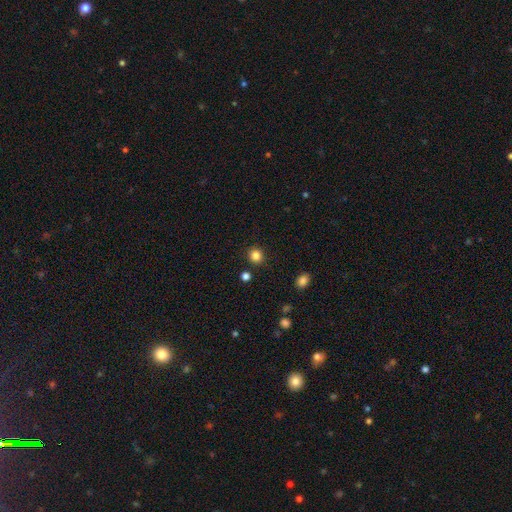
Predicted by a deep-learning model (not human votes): Smooth or featured? smooth (84%)
How rounded? round (89%)
Merging? none (89%)